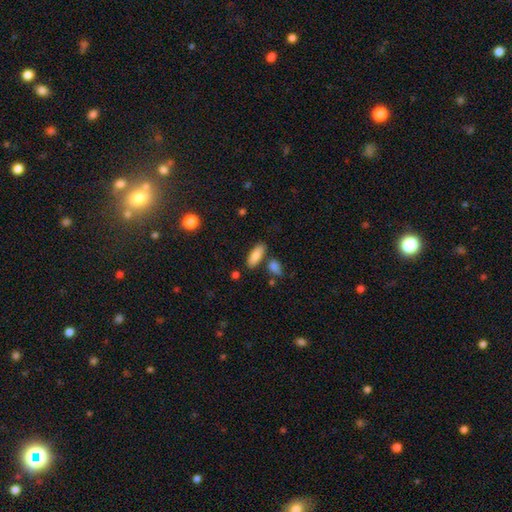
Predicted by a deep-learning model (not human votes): smooth 84%, featured or disk 9%, star or artifact 7%. Down the decision tree: how rounded — in between (74%); merging — none (78%).